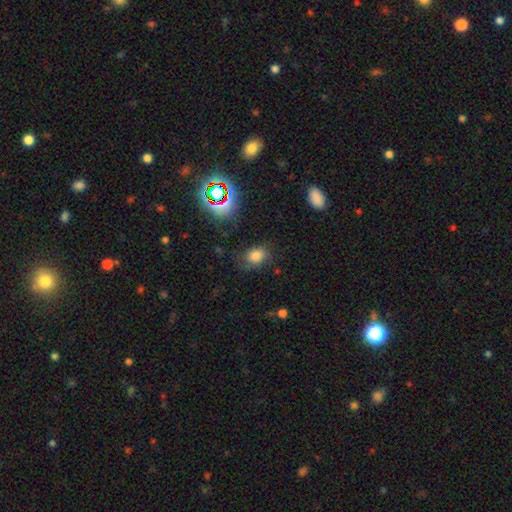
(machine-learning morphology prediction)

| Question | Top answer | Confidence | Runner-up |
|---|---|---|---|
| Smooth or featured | smooth | 70% | star or artifact (17%) |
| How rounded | in between | 55% | round (43%) |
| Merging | none | 67% | minor disturbance (21%) |